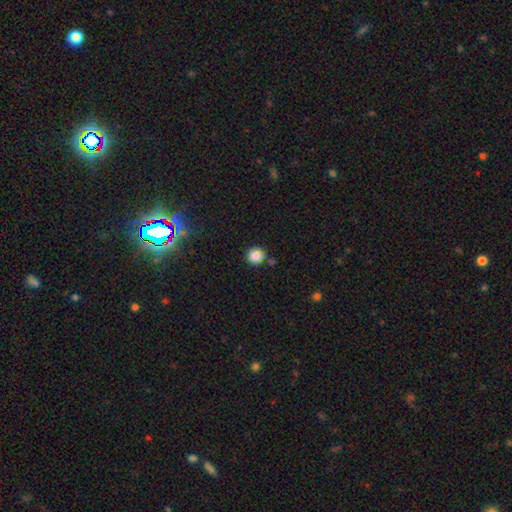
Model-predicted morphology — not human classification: Smooth or featured: smooth — 83% (star or artifact — 12%)
How rounded: round — 89% (in between — 10%)
Merging: none — 72% (minor disturbance — 16%)